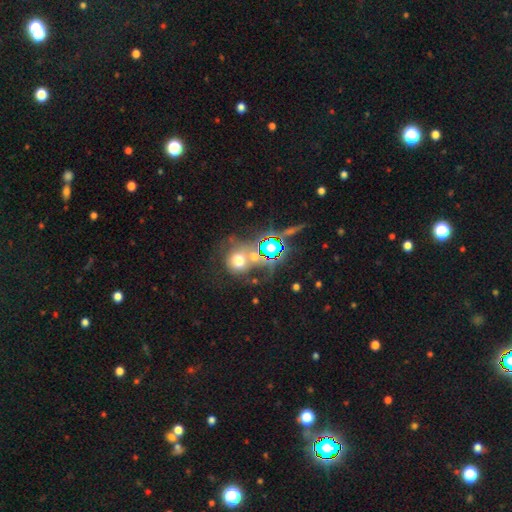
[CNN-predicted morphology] Smooth or featured? star or artifact (51%)